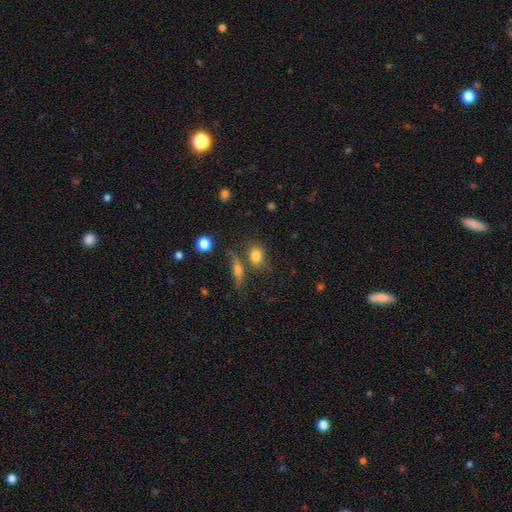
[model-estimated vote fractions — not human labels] A smooth galaxy with no disk features (79%) that is in between round and cigar-shaped (51%). Merging: none (67%).